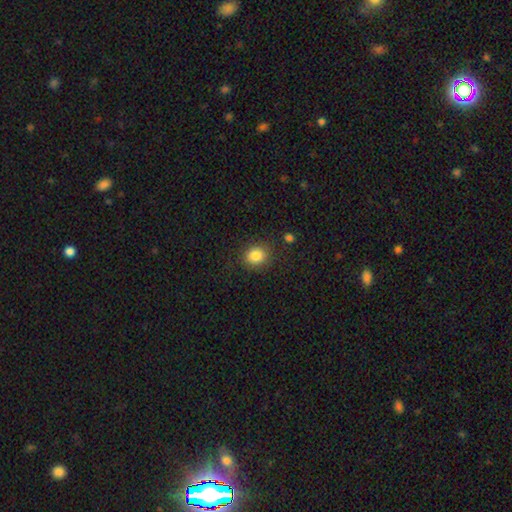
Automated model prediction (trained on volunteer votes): Smooth or featured: smooth — 85% (star or artifact — 10%)
How rounded: round — 70% (in between — 29%)
Merging: none — 83% (minor disturbance — 11%)